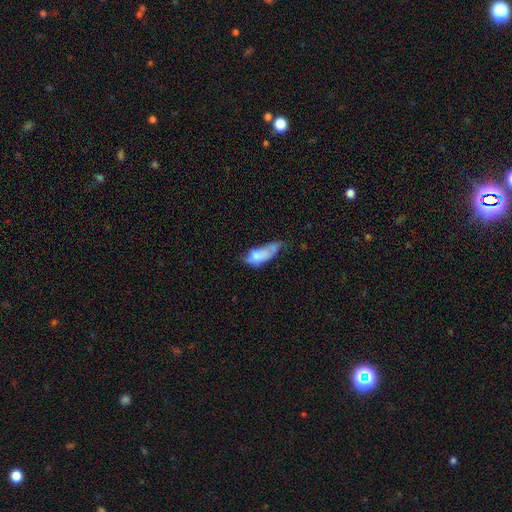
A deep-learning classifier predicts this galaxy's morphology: type=smooth (65%); roundness=in between (79%); merging=major disturbance (32%).